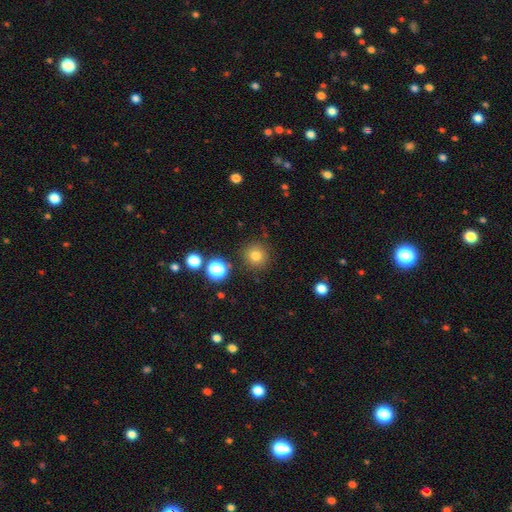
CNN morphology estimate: A smooth galaxy with no disk features (79%) that is round (94%). Merging: none (88%).